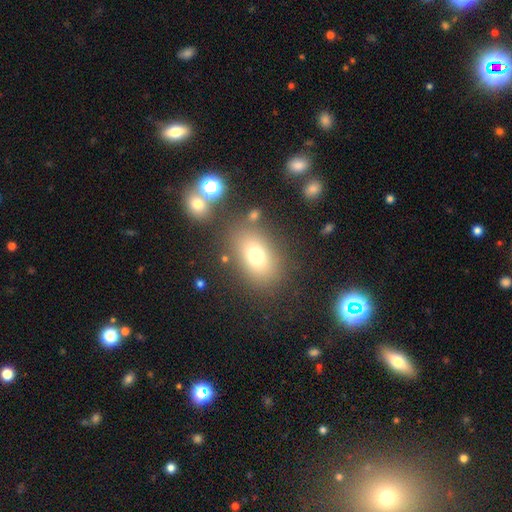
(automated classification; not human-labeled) Overall: smooth (73%). How rounded: in between (78%). Merging: none (78%).